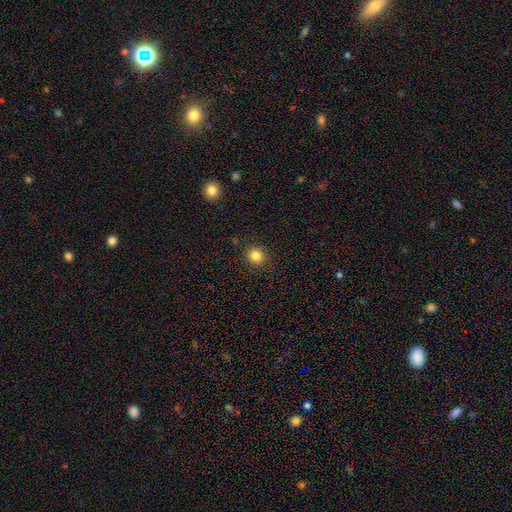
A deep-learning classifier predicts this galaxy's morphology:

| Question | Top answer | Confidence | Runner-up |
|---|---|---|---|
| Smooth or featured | smooth | 83% | star or artifact (12%) |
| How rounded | round | 82% | in between (17%) |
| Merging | none | 89% | minor disturbance (7%) |